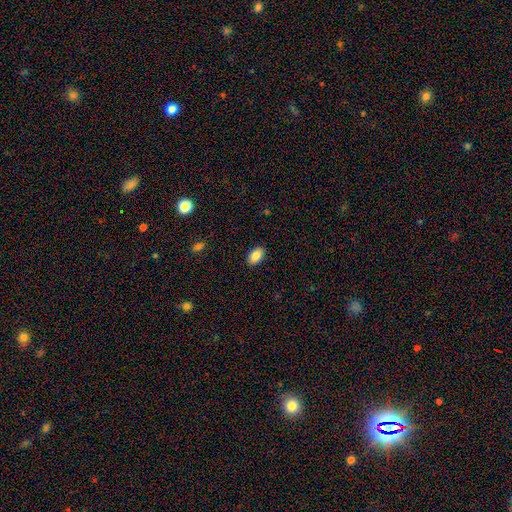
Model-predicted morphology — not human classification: smooth-or-featured: smooth: 86% | star or artifact: 7% | featured or disk: 7%
  how-rounded: in between: 91% | round: 8% | cigar-shaped: 1%
  merging: none: 89% | minor disturbance: 8% | major disturbance: 2% | merger: 1%